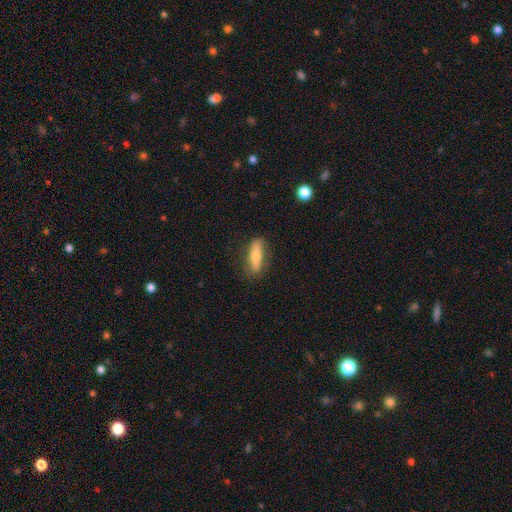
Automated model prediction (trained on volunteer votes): This appears to be a smooth galaxy with no disk features (52%) that is cigar-shaped (59%). Merging: none (81%).